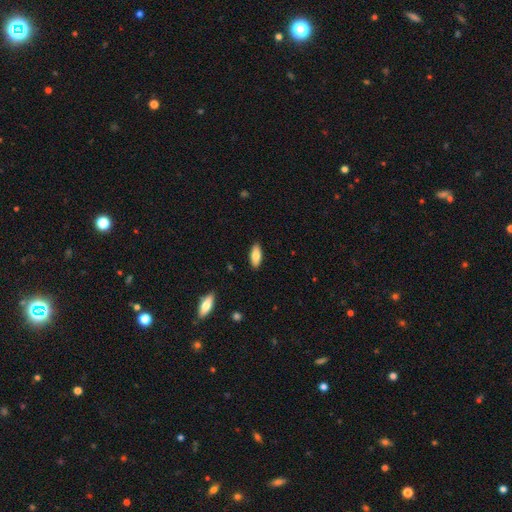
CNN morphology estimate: A smooth galaxy with no disk features (82%) that is in between round and cigar-shaped (82%).

Vote fractions:
- Smooth or featured? smooth: 82% / featured or disk: 11% / star or artifact: 6%
- How rounded? in between: 82% / cigar-shaped: 16% / round: 2%
- Merging? none: 89% / minor disturbance: 8% / major disturbance: 2% / merger: 1%